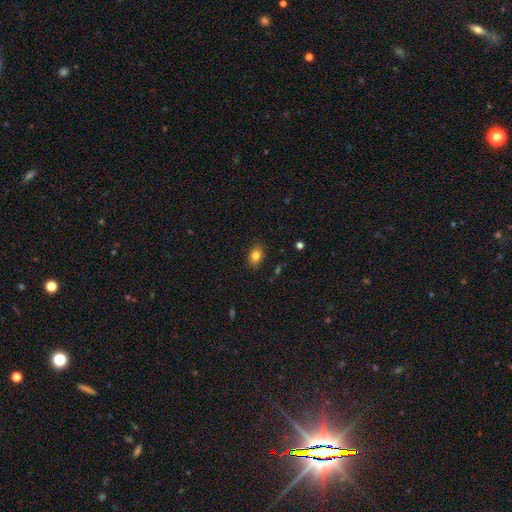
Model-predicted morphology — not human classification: A smooth galaxy with no disk features (83%) that is in between round and cigar-shaped (69%).

Vote fractions:
- Smooth or featured? smooth: 83% / star or artifact: 10% / featured or disk: 7%
- How rounded? in between: 69% / round: 30% / cigar-shaped: 1%
- Merging? none: 86% / minor disturbance: 11% / major disturbance: 2% / merger: 1%